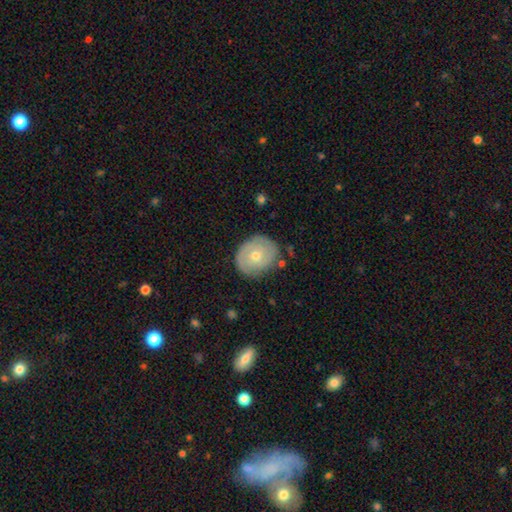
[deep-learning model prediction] Smooth or featured? featured or disk (56%)
Edge-on disk? no (96%)
Bar? no (82%)
Spiral arms? yes (66%)
Bulge size? moderate (52%)
Merging? none (78%)